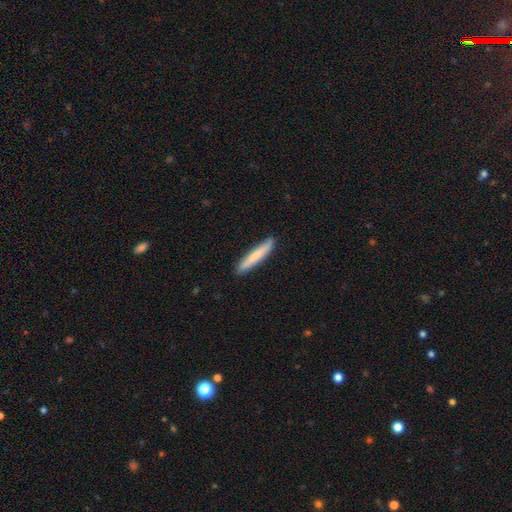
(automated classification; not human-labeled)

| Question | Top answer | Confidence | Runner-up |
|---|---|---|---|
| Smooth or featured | smooth | 77% | featured or disk (18%) |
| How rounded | cigar-shaped | 94% | in between (5%) |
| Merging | none | 90% | minor disturbance (8%) |